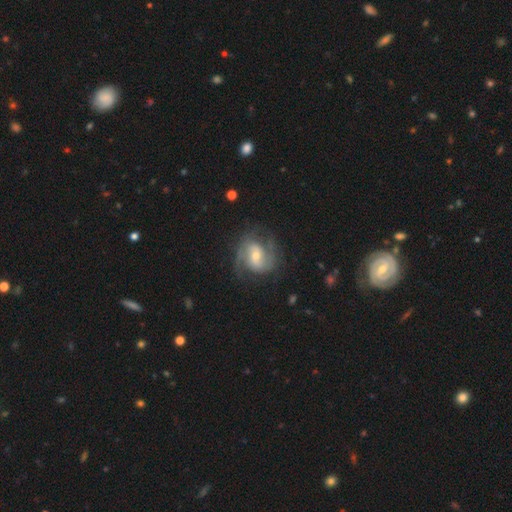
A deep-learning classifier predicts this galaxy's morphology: smooth-or-featured: featured or disk: 82% | smooth: 13% | star or artifact: 6%
  disk-edge-on: no: 98% | yes: 2%
    bar: weak: 49% | no: 34% | strong: 17%
    has-spiral-arms: yes: 94% | no: 6%
      spiral-winding: medium: 51% | tight: 29% | loose: 20%
      spiral-arm-count: 2: 77% | can't tell: 10% | 3: 7% | 1: 3% | 4: 2% | more than 4: 2%
    bulge-size: moderate: 48% | small: 44% | large: 5% | none: 2% | dominant: 1%
  merging: none: 69% | minor disturbance: 18% | major disturbance: 11% | merger: 1%